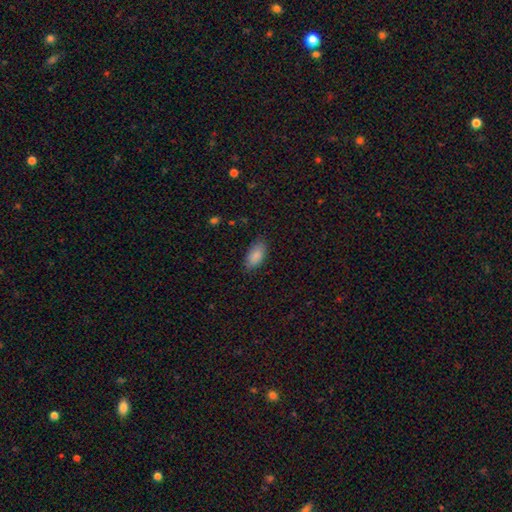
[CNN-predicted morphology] smooth_or_featured: smooth (p=0.88) [alt: star or artifact p=0.07]
how_rounded: in between (p=0.93) [alt: cigar-shaped p=0.04]
merging: none (p=0.79) [alt: minor disturbance p=0.16]